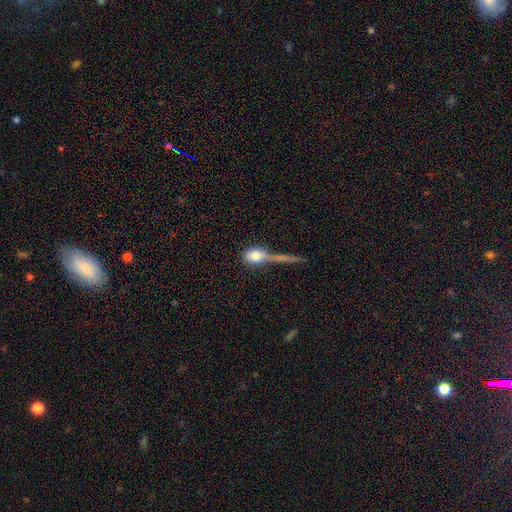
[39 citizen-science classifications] Smooth or featured: smooth — 56% (featured or disk — 33%)
How rounded: round — 50% (in between — 45%)
Merging: none — 51% (merger — 23%)